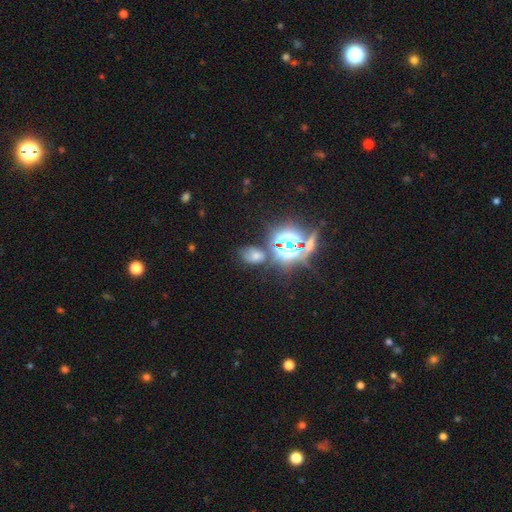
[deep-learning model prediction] A smooth galaxy with no disk features (47%). Merging: none (60%).